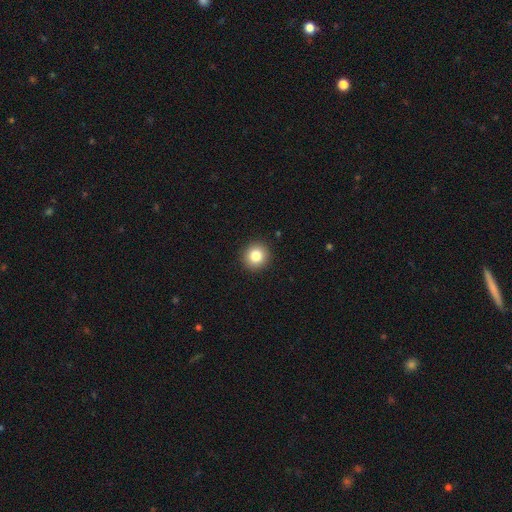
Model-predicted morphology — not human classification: Overall: smooth (84%). How rounded: round (92%). Merging: none (92%).